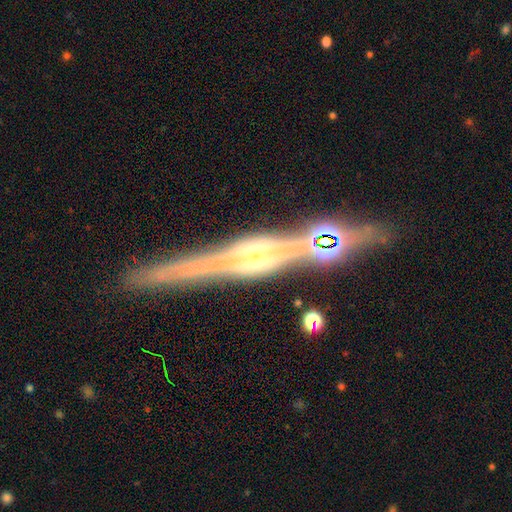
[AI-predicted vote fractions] Smooth or featured: featured or disk — 82% (smooth — 9%)
Edge-on disk: yes — 96% (no — 4%)
Edge-on bulge: rounded — 75% (boxy — 20%)
Merging: none — 84% (minor disturbance — 9%)